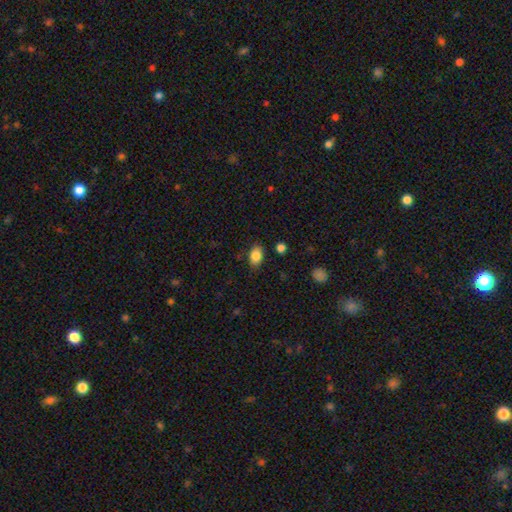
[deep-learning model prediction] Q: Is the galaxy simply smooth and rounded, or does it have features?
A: smooth — 85%.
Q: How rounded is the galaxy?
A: in between — 81%.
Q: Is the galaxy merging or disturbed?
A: none — 82%.